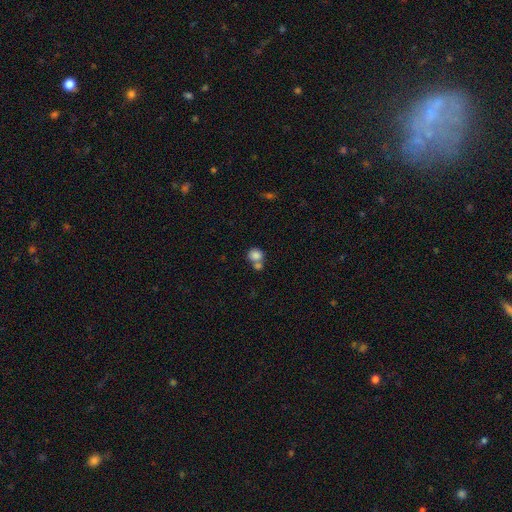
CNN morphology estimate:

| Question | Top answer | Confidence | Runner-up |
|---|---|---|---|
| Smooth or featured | smooth | 82% | star or artifact (9%) |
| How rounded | round | 79% | in between (20%) |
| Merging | merger | 47% | none (41%) |